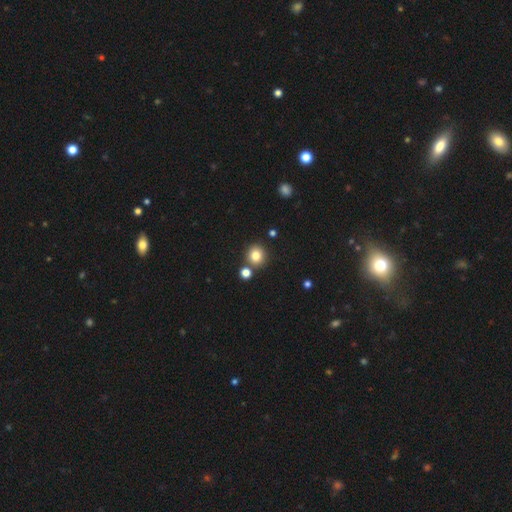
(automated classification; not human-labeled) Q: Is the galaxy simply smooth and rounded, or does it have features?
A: smooth — 81%.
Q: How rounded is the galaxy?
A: round — 89%.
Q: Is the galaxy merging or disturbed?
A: none — 80%.